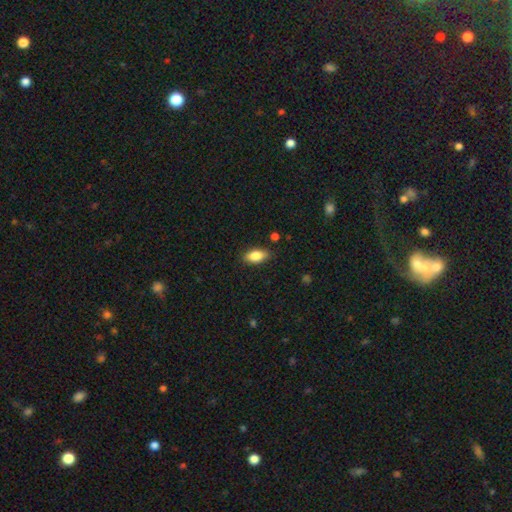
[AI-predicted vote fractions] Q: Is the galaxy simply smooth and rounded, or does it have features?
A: smooth — 83%.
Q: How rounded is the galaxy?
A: in between — 88%.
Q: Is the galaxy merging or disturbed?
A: none — 85%.